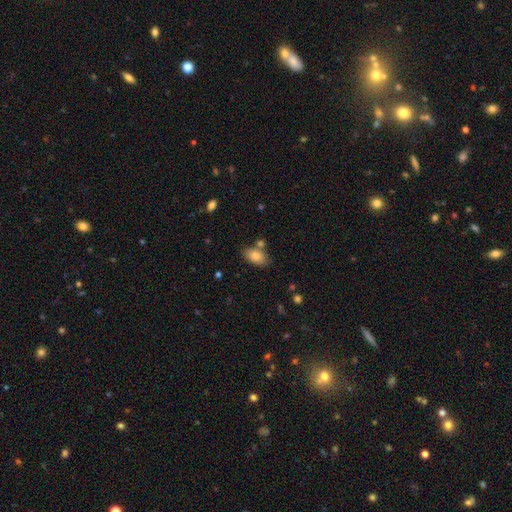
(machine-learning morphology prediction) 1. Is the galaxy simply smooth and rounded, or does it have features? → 82% smooth, 11% featured or disk, 8% star or artifact.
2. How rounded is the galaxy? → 92% in between, 6% round, 3% cigar-shaped.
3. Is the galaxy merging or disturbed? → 71% none, 14% minor disturbance, 12% merger, 3% major disturbance.